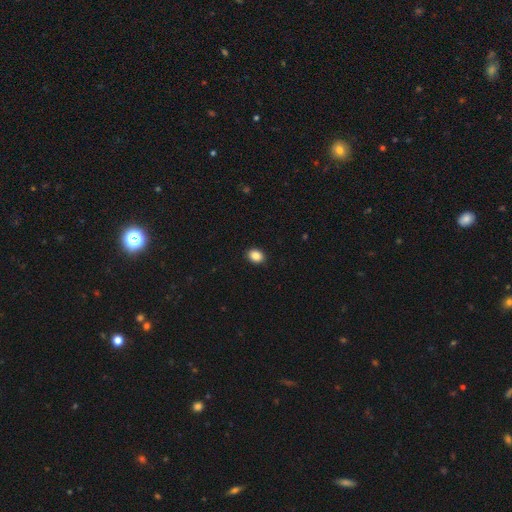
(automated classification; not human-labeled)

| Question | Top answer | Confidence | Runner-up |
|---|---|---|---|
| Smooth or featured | smooth | 87% | star or artifact (9%) |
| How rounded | in between | 57% | round (42%) |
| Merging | none | 91% | minor disturbance (6%) |